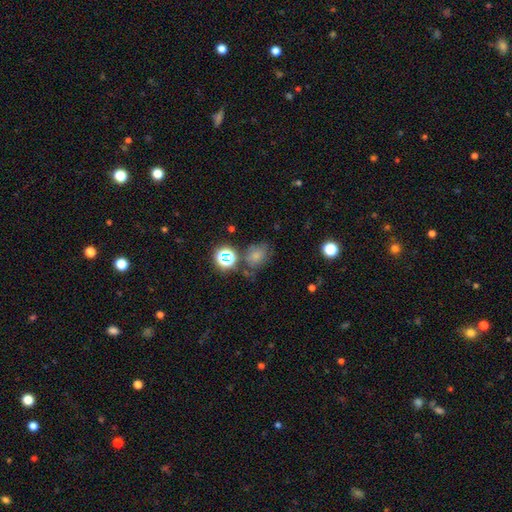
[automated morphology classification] This appears to be a smooth galaxy with no disk features (67%) that is in between round and cigar-shaped (52%). Merging: none (56%).